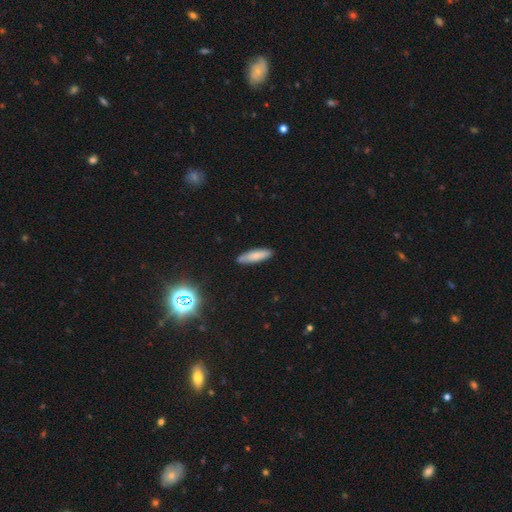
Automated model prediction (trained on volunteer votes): A smooth galaxy with no disk features (79%) that is cigar-shaped (69%). Merging: none (85%).